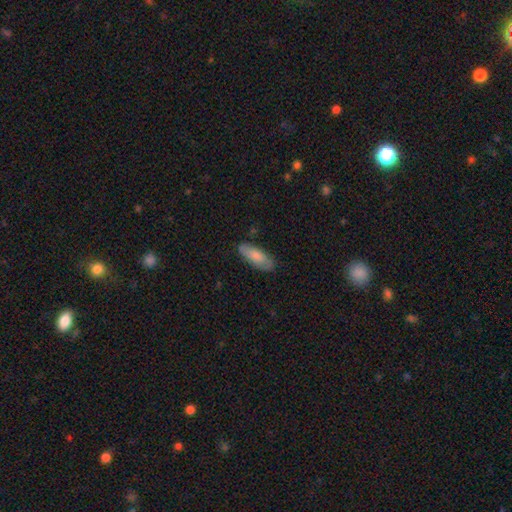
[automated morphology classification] type=smooth (76%); roundness=in between (73%); merging=none (77%).